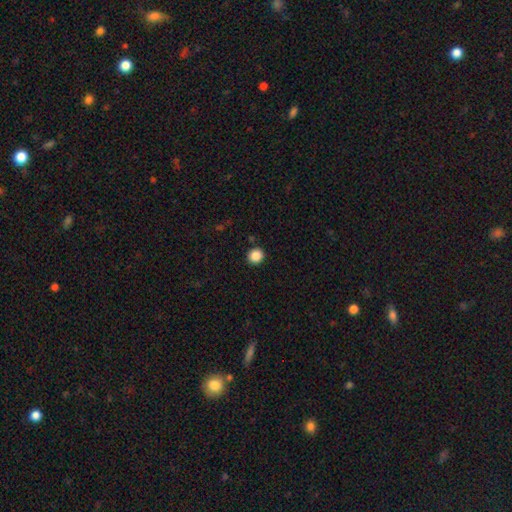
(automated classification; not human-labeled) Morphology: type=smooth (87%); roundness=round (89%); merging=none (92%).